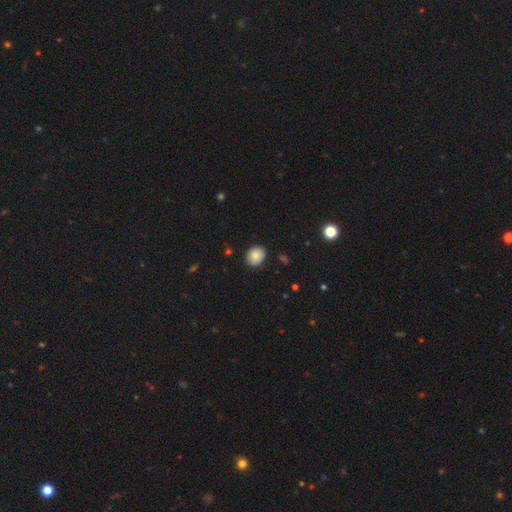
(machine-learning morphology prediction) A smooth galaxy with no disk features (83%) that is round (67%).

Vote fractions:
- Smooth or featured? smooth: 83% / star or artifact: 9% / featured or disk: 8%
- How rounded? round: 67% / in between: 32% / cigar-shaped: 1%
- Merging? none: 86% / minor disturbance: 11% / major disturbance: 2% / merger: 1%